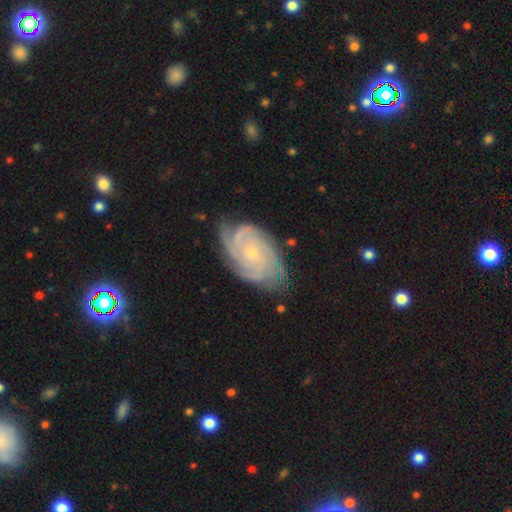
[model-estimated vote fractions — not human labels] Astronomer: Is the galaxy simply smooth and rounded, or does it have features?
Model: featured or disk — 79%.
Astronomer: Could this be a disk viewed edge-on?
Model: no — 95%.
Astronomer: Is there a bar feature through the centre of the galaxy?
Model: no — 76%.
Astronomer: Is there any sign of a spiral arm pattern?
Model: yes — 96%.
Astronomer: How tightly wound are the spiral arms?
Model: tight — 73%.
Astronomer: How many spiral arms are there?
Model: can't tell — 29% (runner-up: 3, 22%).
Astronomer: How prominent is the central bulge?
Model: small — 71%.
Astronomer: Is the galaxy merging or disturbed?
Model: none — 76%.